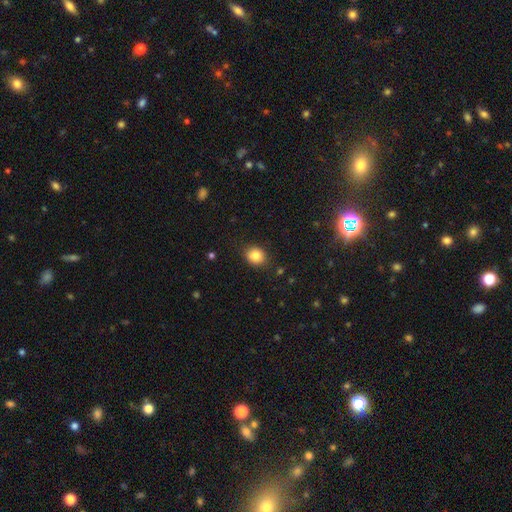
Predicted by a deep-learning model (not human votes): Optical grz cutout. It shows a smooth galaxy with no disk features (82%) that is round (64%). Merging: none (87%).